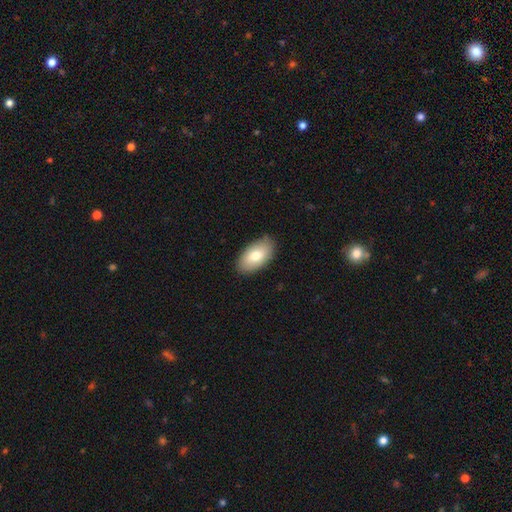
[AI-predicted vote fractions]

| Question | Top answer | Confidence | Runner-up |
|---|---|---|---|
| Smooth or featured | smooth | 75% | featured or disk (18%) |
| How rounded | in between | 95% | round (3%) |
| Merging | none | 85% | minor disturbance (12%) |